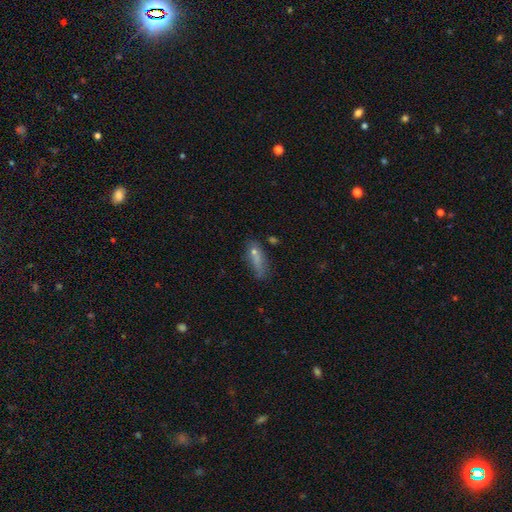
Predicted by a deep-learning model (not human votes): This appears to be a smooth galaxy with no disk features (68%) that is in between round and cigar-shaped (53%). Merging: none (44%).